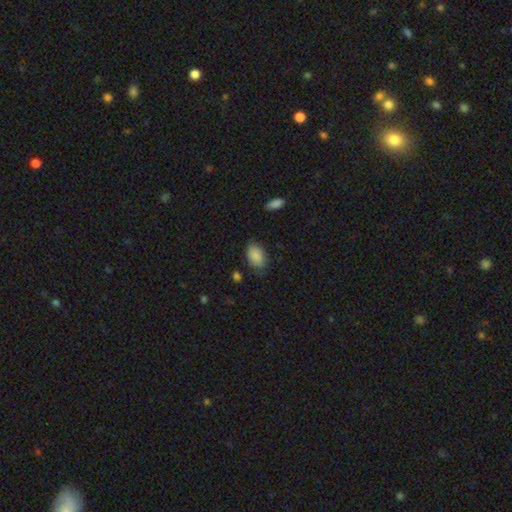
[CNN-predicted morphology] The model was most divided on "merging": none: 76%, minor disturbance: 19%, major disturbance: 4%, merger: 2%. More confident: how rounded — in between (90%); smooth or featured — smooth (87%).